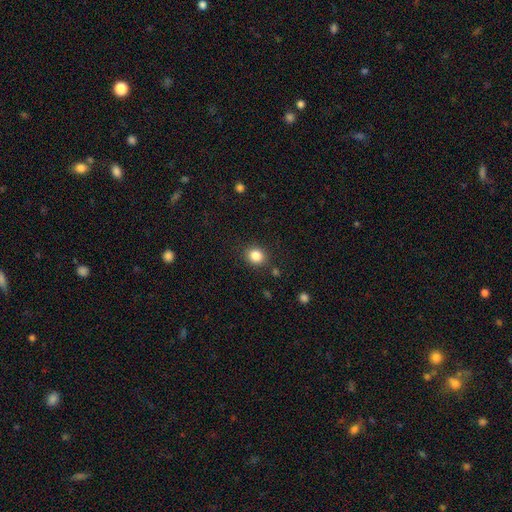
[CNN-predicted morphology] This appears to be a smooth galaxy with no disk features (85%) that is round (74%). Merging: none (87%).